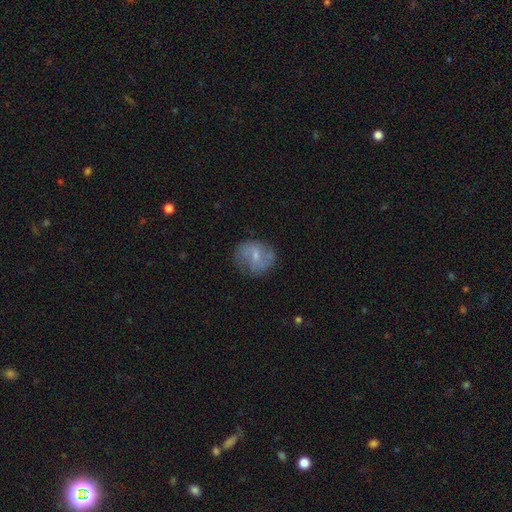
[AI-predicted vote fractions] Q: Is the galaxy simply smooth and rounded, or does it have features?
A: featured or disk — 52%.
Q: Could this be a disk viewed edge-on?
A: no — 97%.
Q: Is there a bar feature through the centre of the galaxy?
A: weak — 48%.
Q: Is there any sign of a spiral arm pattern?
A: yes — 72%.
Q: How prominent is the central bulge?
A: small — 57%.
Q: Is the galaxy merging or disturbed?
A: none — 66%.